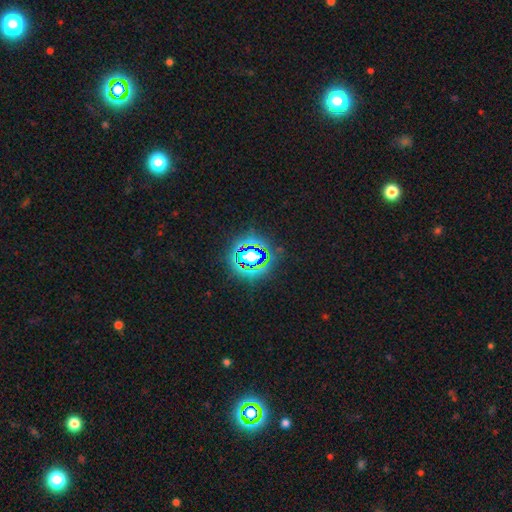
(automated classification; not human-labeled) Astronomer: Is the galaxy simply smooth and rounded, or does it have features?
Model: star or artifact — 67%.